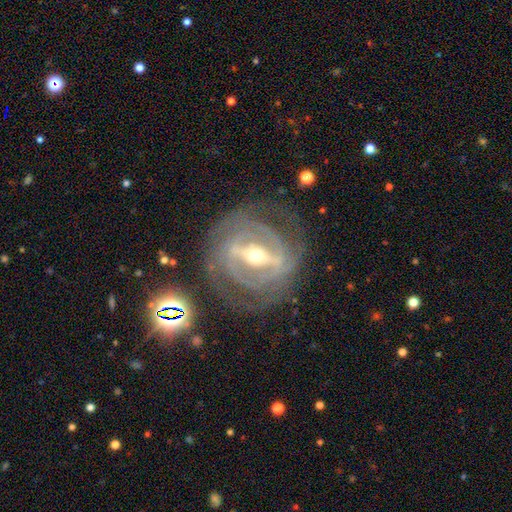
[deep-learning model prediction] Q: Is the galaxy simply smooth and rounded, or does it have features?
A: featured or disk — 88%.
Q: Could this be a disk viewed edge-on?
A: no — 92%.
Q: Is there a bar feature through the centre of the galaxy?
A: strong — 72%.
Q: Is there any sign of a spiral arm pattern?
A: yes — 85%.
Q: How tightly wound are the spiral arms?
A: tight — 59%.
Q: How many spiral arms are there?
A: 2 — 38%.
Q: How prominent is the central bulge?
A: moderate — 49%.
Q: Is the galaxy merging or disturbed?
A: none — 72%.